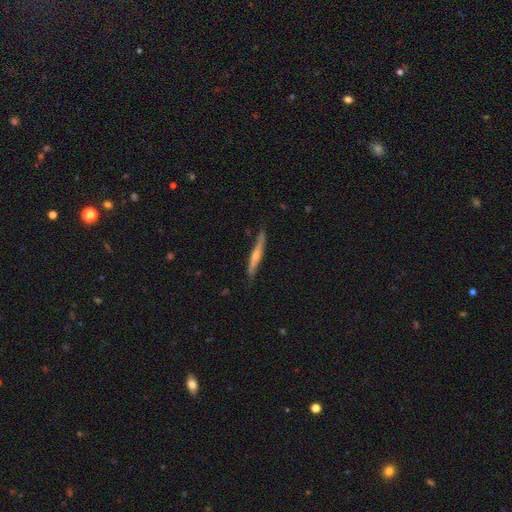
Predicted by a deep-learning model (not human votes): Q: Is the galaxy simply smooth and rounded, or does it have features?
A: featured or disk — 65%.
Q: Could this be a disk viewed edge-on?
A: yes — 94%.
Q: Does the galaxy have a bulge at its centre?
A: rounded — 74%.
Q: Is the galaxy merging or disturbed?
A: none — 80%.